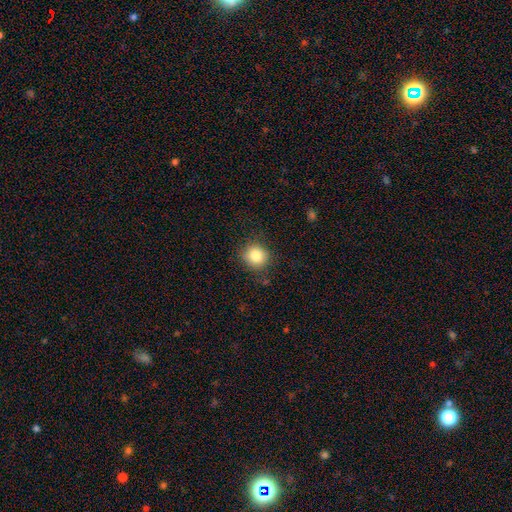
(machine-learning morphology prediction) The model was most divided on "how rounded": round: 85%, in between: 14%, cigar-shaped: 1%. More confident: merging — none (85%); smooth or featured — smooth (83%).